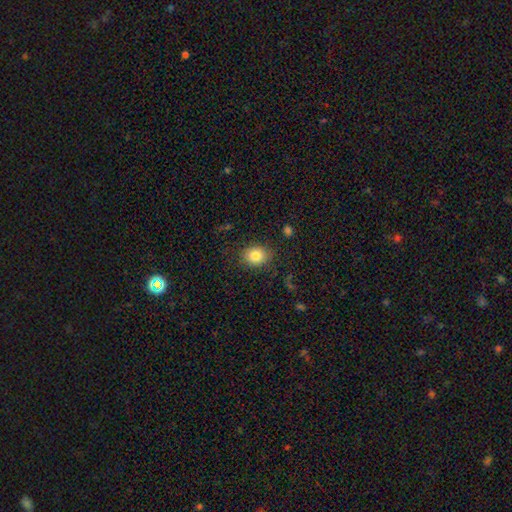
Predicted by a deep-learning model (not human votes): Smooth or featured? Predicted: smooth (p=0.83). How rounded? Predicted: round (p=0.56). Merging? Predicted: none (p=0.84).